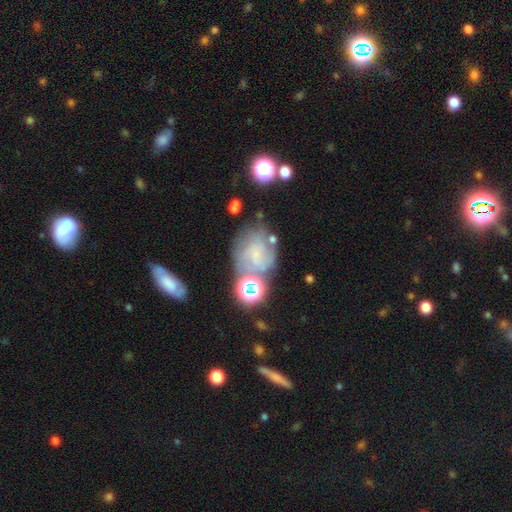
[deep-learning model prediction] Q: Smooth or featured?
A: featured or disk (51%); runner-up: smooth (32%)
Q: Edge-on disk?
A: no (96%); runner-up: yes (4%)
Q: Merging?
A: none (47%); runner-up: minor disturbance (21%)